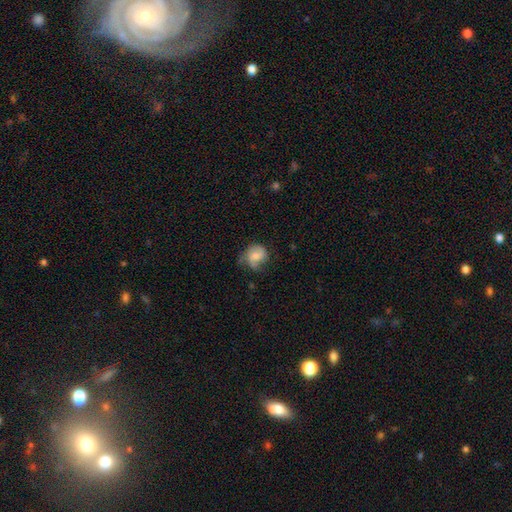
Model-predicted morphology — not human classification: The model was most divided on "smooth or featured": smooth: 53%, featured or disk: 39%, star or artifact: 8%. More confident: how rounded — round (70%); merging — none (51%).